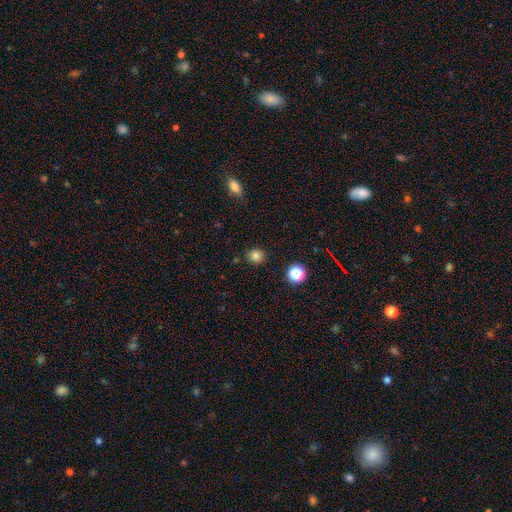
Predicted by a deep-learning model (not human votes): Smooth or featured? smooth (81%)
How rounded? round (88%)
Merging? none (88%)